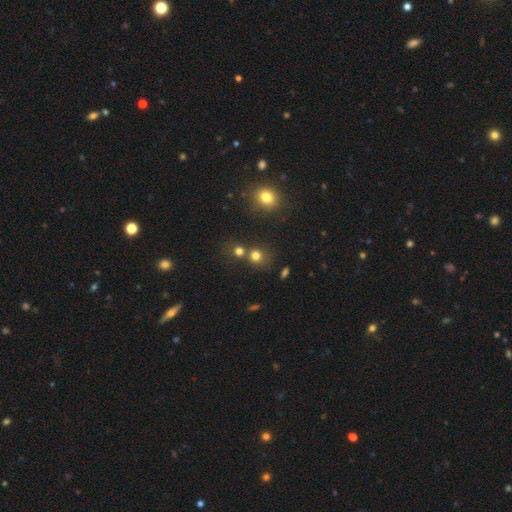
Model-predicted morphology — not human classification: Smooth or featured?
  - smooth: 74% *
  - star or artifact: 18%
  - featured or disk: 8%
How rounded?
  - round: 85% *
  - in between: 14%
  - cigar-shaped: 1%
Merging?
  - none: 58% *
  - merger: 29%
  - minor disturbance: 9%
  - major disturbance: 4%